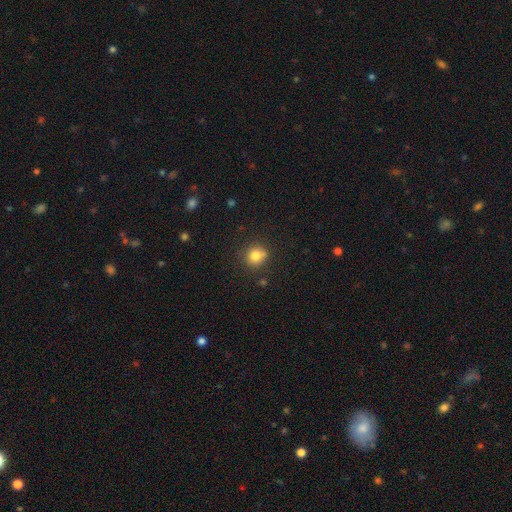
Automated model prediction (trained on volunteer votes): smooth-or-featured: smooth: 80% | star or artifact: 12% | featured or disk: 8%
  how-rounded: round: 85% | in between: 14% | cigar-shaped: 1%
  merging: none: 70% | minor disturbance: 16% | merger: 10% | major disturbance: 4%